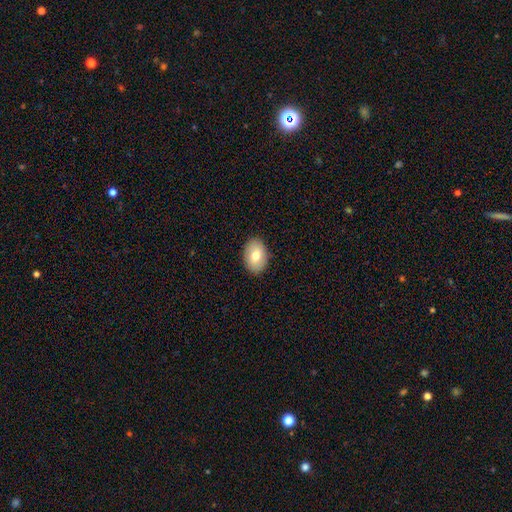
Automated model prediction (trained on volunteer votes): smooth 75%, featured or disk 18%, star or artifact 7%. Down the decision tree: how rounded — in between (83%); merging — none (89%).